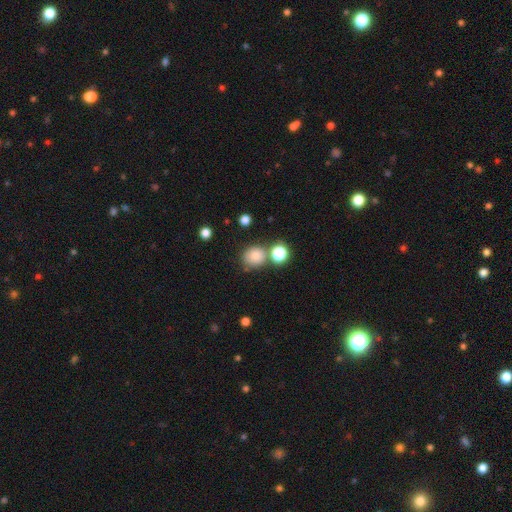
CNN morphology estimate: Q: Smooth or featured?
A: smooth (81%); runner-up: star or artifact (13%)
Q: How rounded?
A: round (80%); runner-up: in between (19%)
Q: Merging?
A: none (67%); runner-up: merger (18%)